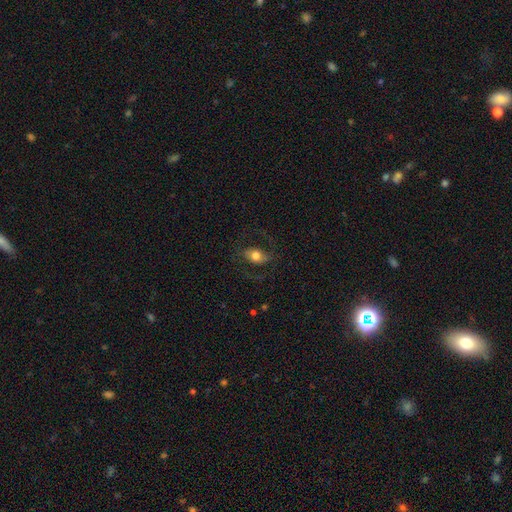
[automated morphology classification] smooth-or-featured: smooth: 50% | featured or disk: 41% | star or artifact: 9%
  merging: none: 70% | major disturbance: 15% | minor disturbance: 14% | merger: 1%